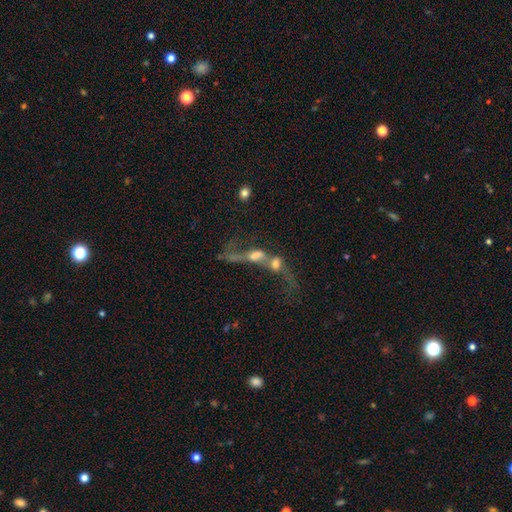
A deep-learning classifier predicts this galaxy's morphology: A featured or disk galaxy (55%). Merging: merger (75%).